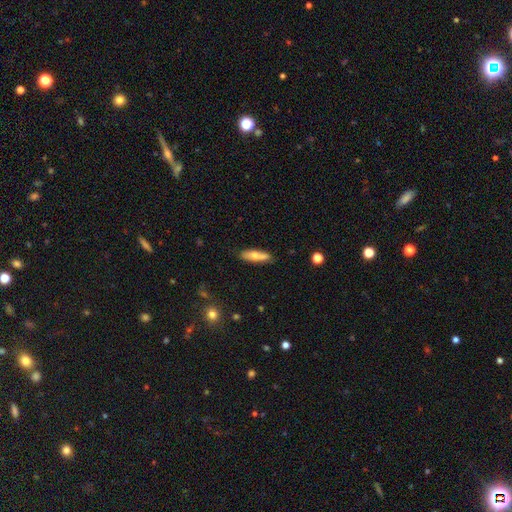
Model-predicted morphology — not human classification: type=smooth (62%); roundness=cigar-shaped (61%); merging=none (77%).